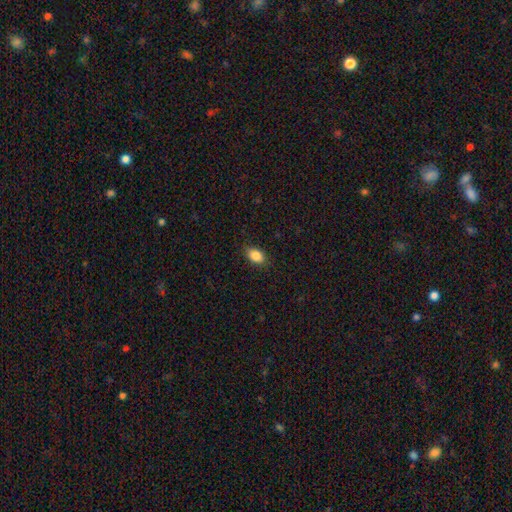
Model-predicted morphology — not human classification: type=smooth (86%); roundness=in between (85%); merging=none (86%).